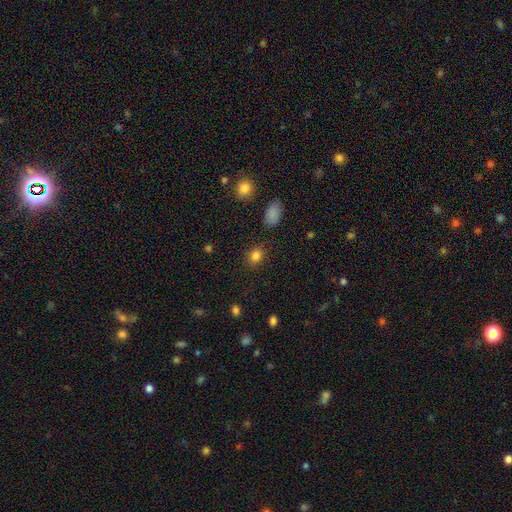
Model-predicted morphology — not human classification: A smooth galaxy with no disk features (84%) that is round (52%). Merging: none (84%).